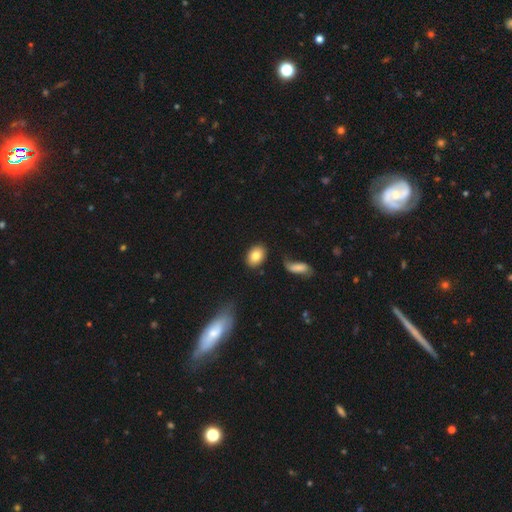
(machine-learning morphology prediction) Smooth or featured? Predicted: smooth (p=0.81). How rounded? Predicted: in between (p=0.74). Merging? Predicted: none (p=0.82).